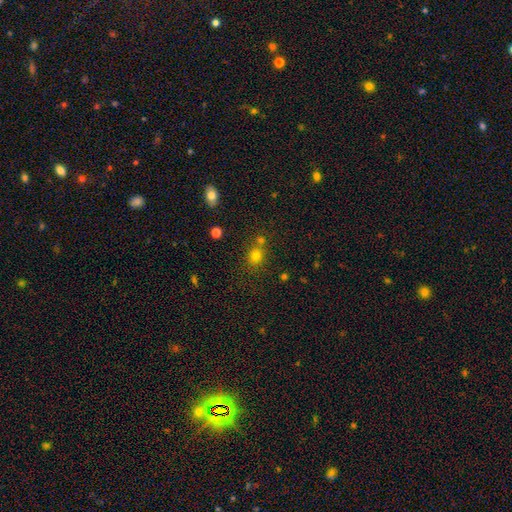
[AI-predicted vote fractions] Smooth or featured? smooth (75%)
How rounded? round (73%)
Merging? none (65%)